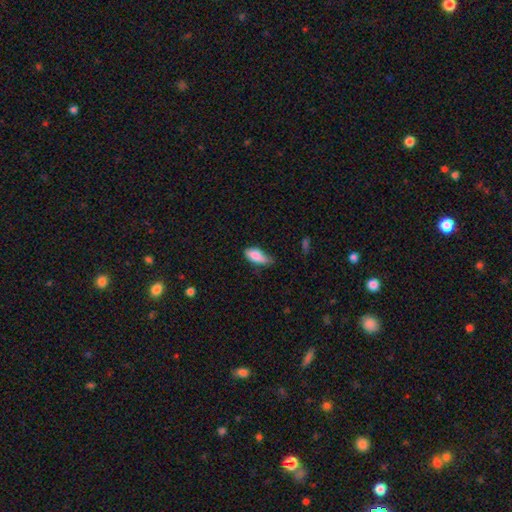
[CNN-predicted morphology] type=smooth (83%); roundness=in between (86%); merging=minor disturbance (46%).